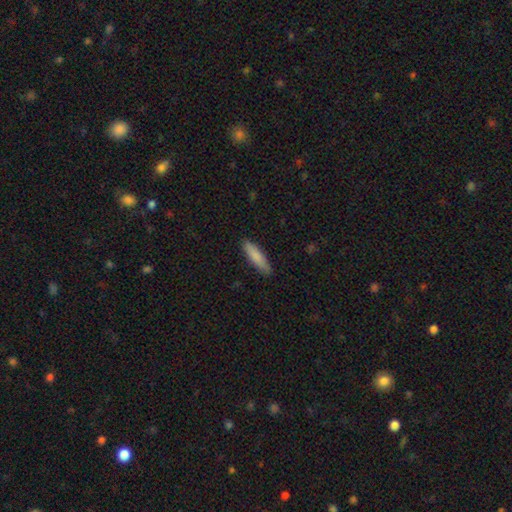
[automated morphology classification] smooth_or_featured: smooth (p=0.85) [alt: featured or disk p=0.10]
how_rounded: cigar-shaped (p=0.73) [alt: in between p=0.26]
merging: none (p=0.88) [alt: minor disturbance p=0.09]